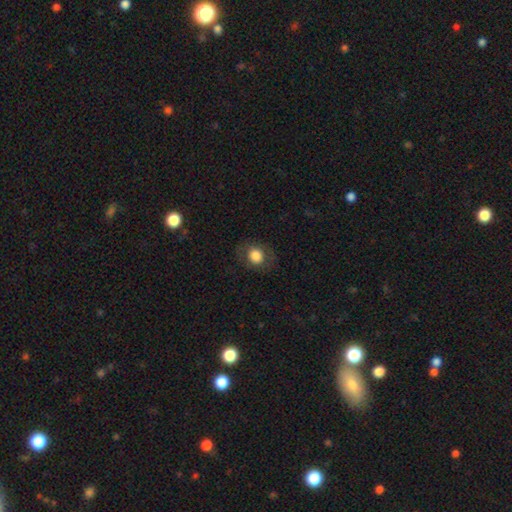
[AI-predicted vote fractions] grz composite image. It shows a smooth galaxy with no disk features (79%) that is round (71%). Merging: none (80%).